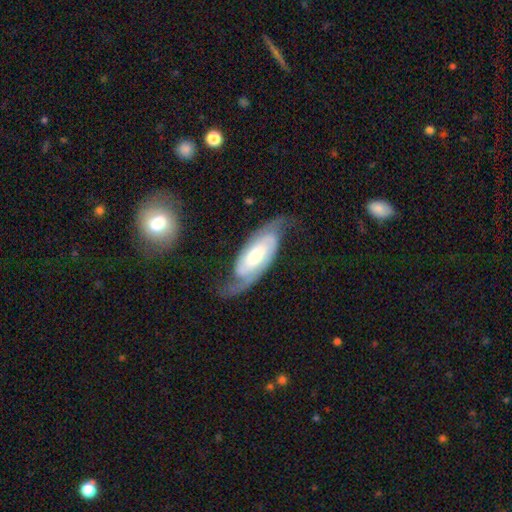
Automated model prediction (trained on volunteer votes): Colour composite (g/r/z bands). It shows a featured or disk galaxy (84%) with no bar (47%), 2 (89%) medium (44%) spiral arms (97%) and a moderate central bulge (46%). Merging: none (67%).